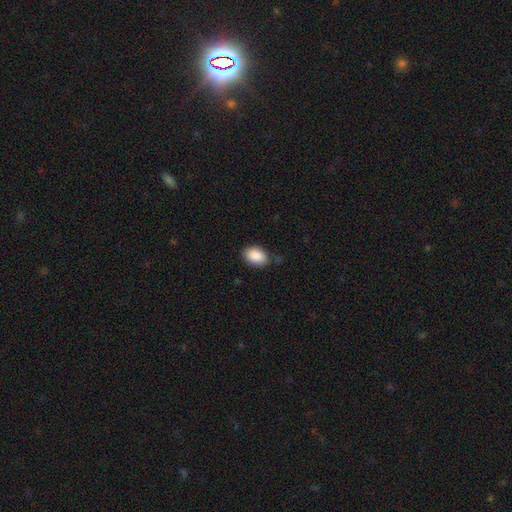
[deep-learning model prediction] Smooth or featured? Predicted: smooth (p=0.89). How rounded? Predicted: in between (p=0.88). Merging? Predicted: none (p=0.80).